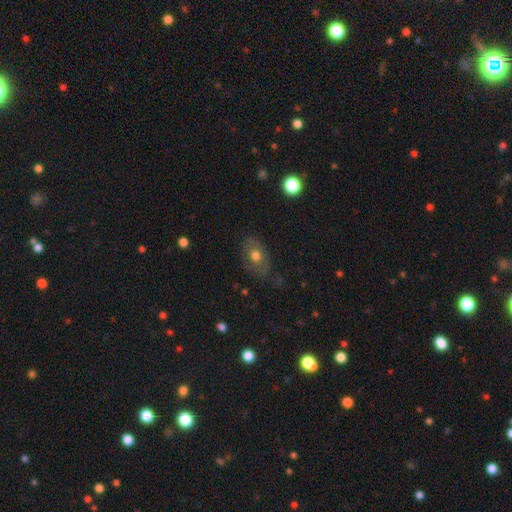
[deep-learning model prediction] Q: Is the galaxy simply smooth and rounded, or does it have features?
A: smooth — 58%.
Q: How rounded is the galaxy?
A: in between — 77%.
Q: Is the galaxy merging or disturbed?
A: none — 69%.